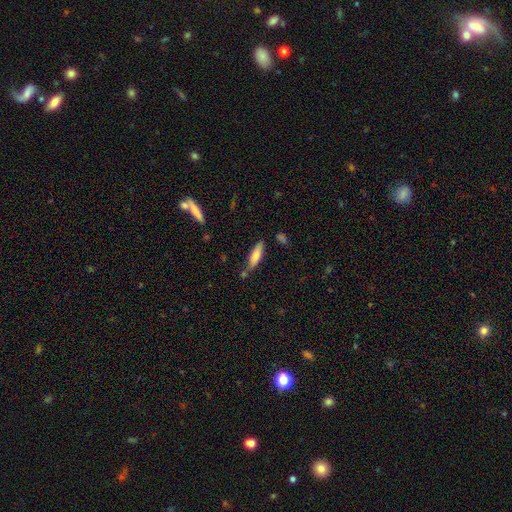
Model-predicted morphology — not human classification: This appears to be a smooth galaxy with no disk features (72%) that is cigar-shaped (65%). Merging: none (70%).